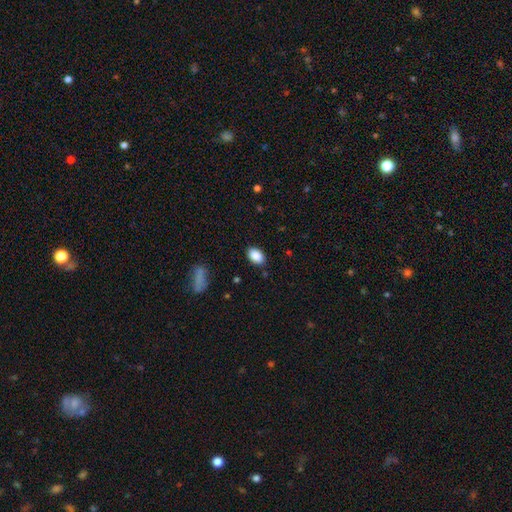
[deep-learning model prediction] This is clearly a smooth galaxy (89%). How rounded: clearly in between (89%). Merging: clearly none (86%).